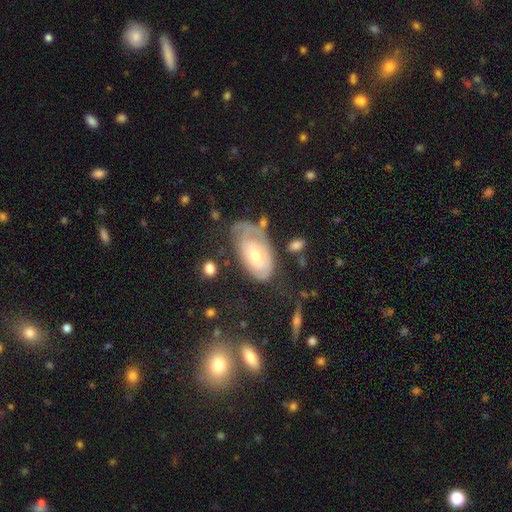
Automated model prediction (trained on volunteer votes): Overall: featured or disk (64%; smooth 29%). Edge-on disk: no (93%). Bar: no (77%). Spiral arms: yes (71%). Bulge size: moderate (53%; small 41%). Merging: none (45%; minor disturbance 28%).